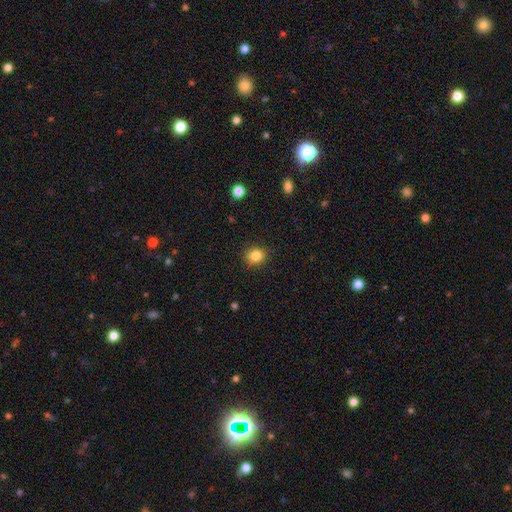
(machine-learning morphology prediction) This is clearly a smooth galaxy (84%). How rounded: likely round (72%). Merging: clearly none (85%).